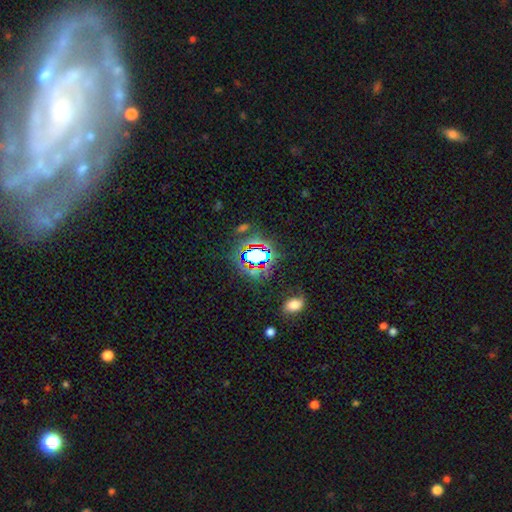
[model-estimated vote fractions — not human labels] smooth-or-featured: star or artifact: 66% | smooth: 22% | featured or disk: 12%